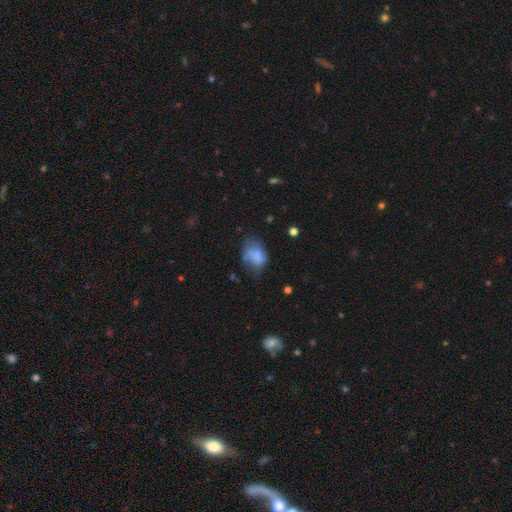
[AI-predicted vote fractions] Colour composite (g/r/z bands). It shows a smooth galaxy with no disk features (74%) that is in between round and cigar-shaped (78%). Merging: none (43%).